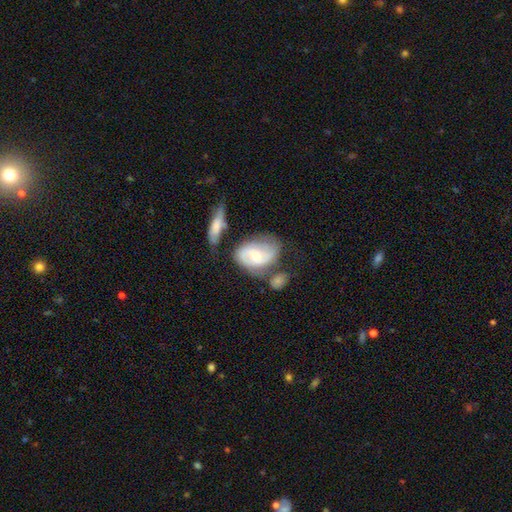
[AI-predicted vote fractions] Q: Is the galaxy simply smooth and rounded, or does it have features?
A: featured or disk — 67%.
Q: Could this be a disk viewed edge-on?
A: no — 95%.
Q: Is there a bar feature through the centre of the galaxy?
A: no — 57%.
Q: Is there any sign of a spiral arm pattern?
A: yes — 88%.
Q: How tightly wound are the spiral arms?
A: medium — 44%.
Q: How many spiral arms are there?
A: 2 — 67%.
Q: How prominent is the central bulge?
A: moderate — 48%.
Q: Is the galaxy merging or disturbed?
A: none — 44%.